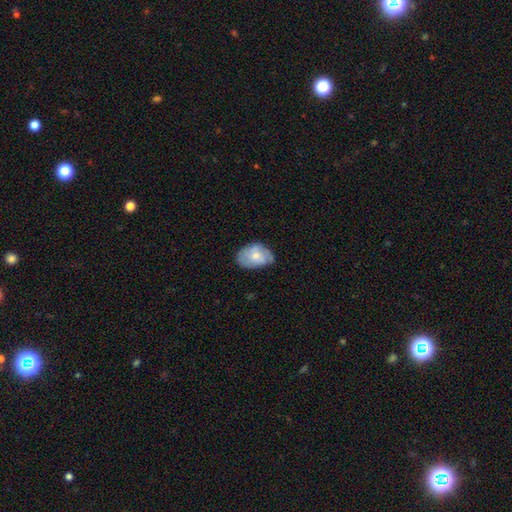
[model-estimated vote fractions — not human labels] This appears to be a smooth galaxy with no disk features (61%) that is in between round and cigar-shaped (87%). Merging: none (54%).